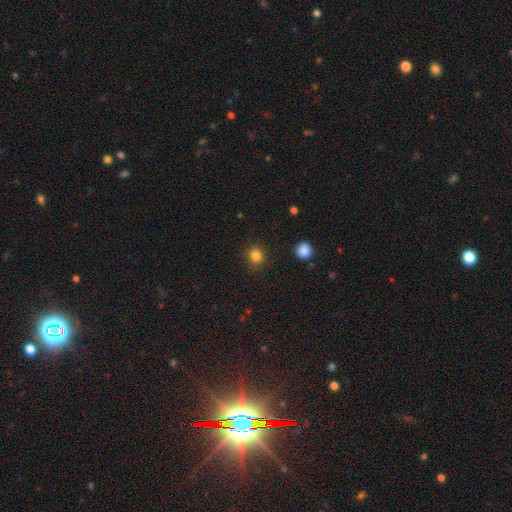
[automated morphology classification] The model was most divided on "smooth or featured": smooth: 83%, star or artifact: 13%, featured or disk: 4%. More confident: merging — none (89%); how rounded — round (89%).